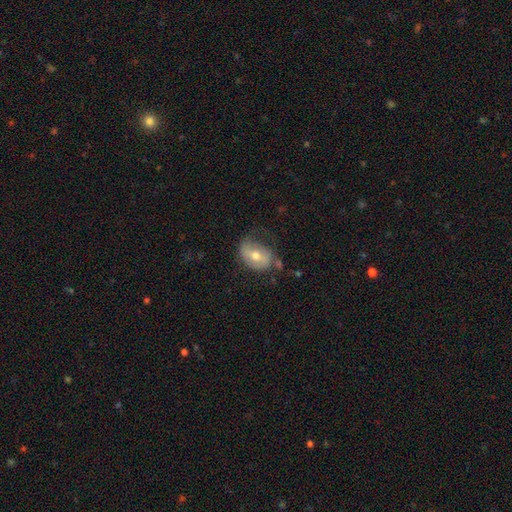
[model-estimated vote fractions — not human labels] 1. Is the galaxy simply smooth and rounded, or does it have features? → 50% smooth, 43% featured or disk, 7% star or artifact.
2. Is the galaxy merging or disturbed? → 44% none, 32% minor disturbance, 19% major disturbance, 4% merger.